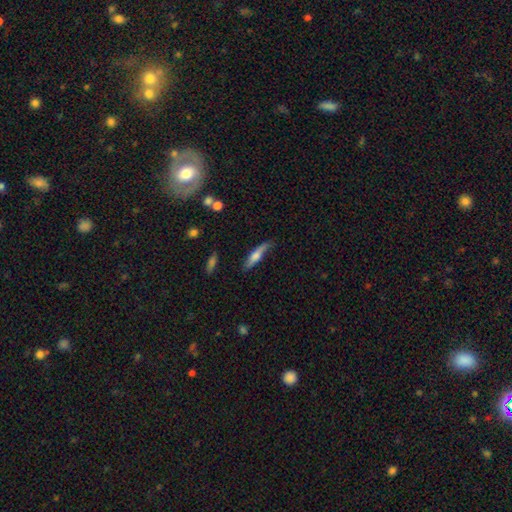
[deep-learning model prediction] A smooth galaxy with no disk features (60%) that is cigar-shaped (76%). Merging: none (65%).